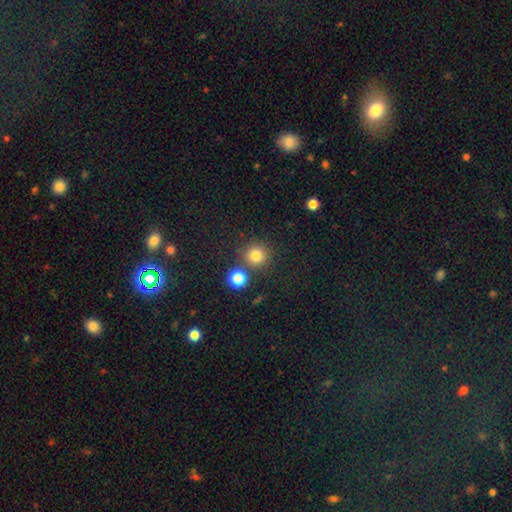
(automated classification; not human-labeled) Smooth or featured?
  - smooth: 80% *
  - star or artifact: 14%
  - featured or disk: 6%
How rounded?
  - round: 94% *
  - in between: 5%
  - cigar-shaped: 1%
Merging?
  - none: 80% *
  - merger: 11%
  - minor disturbance: 7%
  - major disturbance: 3%